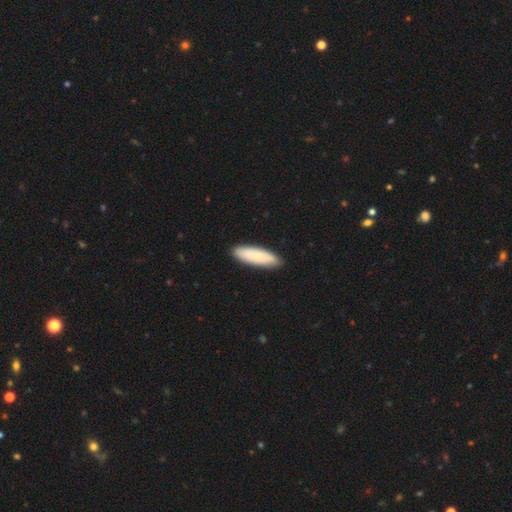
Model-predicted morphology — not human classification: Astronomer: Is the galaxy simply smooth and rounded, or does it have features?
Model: smooth — 81%.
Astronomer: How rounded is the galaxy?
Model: cigar-shaped — 54% (runner-up: in between, 44%).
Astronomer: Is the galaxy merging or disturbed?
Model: none — 88%.